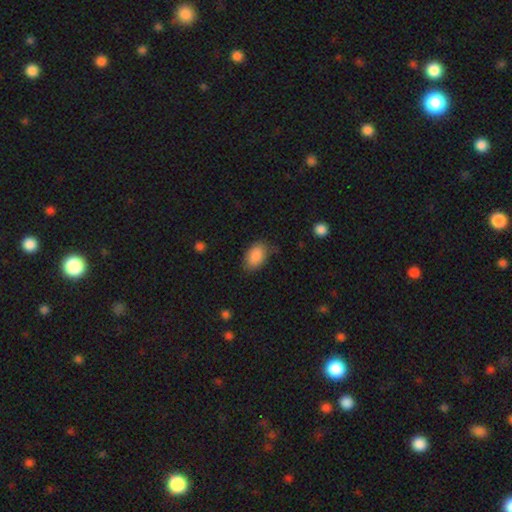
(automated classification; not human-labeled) The model was most divided on "merging": none: 70%, minor disturbance: 22%, major disturbance: 6%, merger: 2%. More confident: how rounded — in between (90%); smooth or featured — smooth (88%).